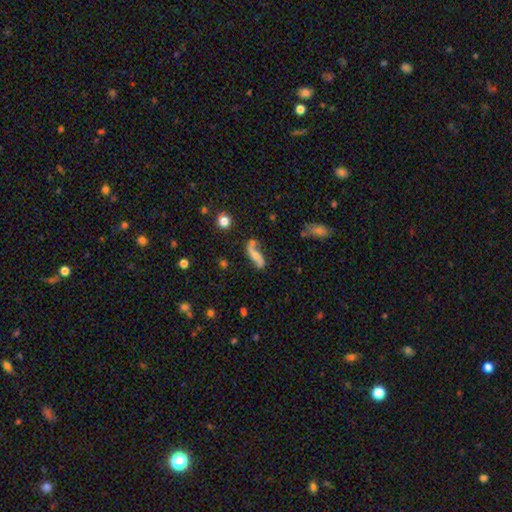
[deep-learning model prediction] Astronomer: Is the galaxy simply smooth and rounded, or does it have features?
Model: featured or disk — 62%.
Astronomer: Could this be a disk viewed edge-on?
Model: no — 86%.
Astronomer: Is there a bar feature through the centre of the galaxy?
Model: no — 60%.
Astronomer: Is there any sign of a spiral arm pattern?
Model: yes — 86%.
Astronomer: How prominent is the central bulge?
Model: small — 40% (runner-up: moderate, 36%).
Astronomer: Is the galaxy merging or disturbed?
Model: none — 51%.